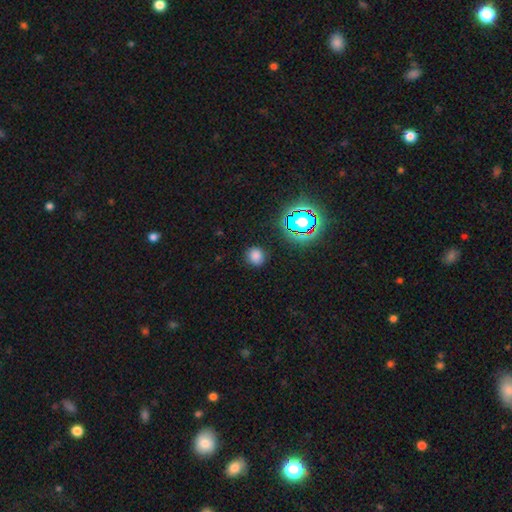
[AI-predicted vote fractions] A smooth galaxy with no disk features (74%) that is round (80%).

Vote fractions:
- Smooth or featured? smooth: 74% / star or artifact: 20% / featured or disk: 6%
- How rounded? round: 80% / in between: 18% / cigar-shaped: 1%
- Merging? none: 86% / minor disturbance: 9% / major disturbance: 3% / merger: 1%